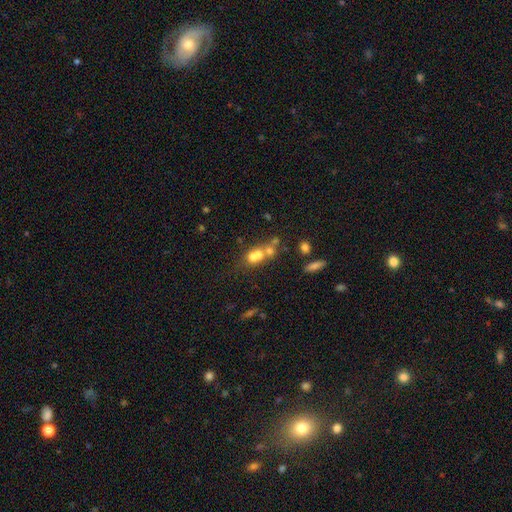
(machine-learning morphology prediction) This appears to be a smooth galaxy with no disk features (58%) that is round (61%). Merging: merger (62%).